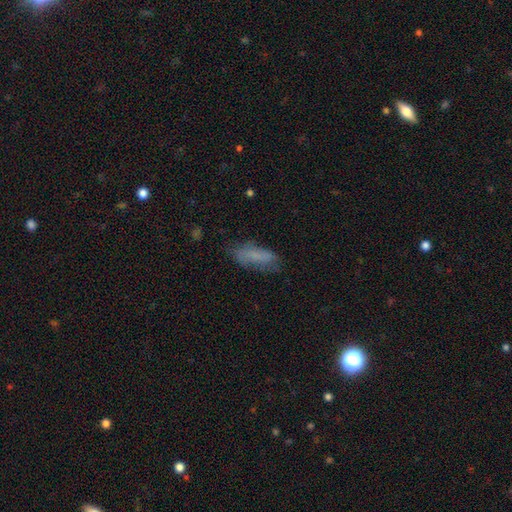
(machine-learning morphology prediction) A smooth galaxy with no disk features (69%) that is in between round and cigar-shaped (61%). Merging: none (63%).